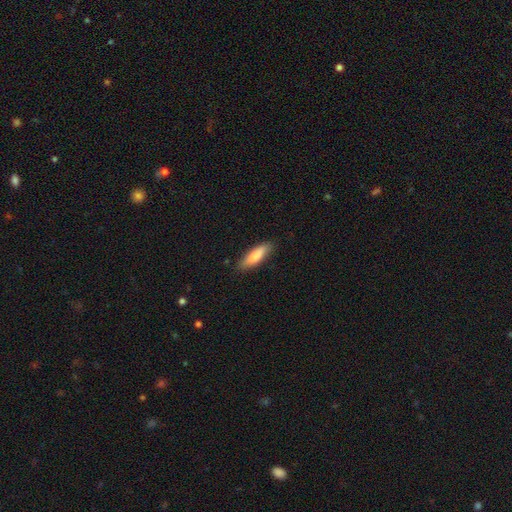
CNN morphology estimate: Smooth or featured? Predicted: smooth (p=0.79). How rounded? Predicted: cigar-shaped (p=0.55). Merging? Predicted: none (p=0.84).